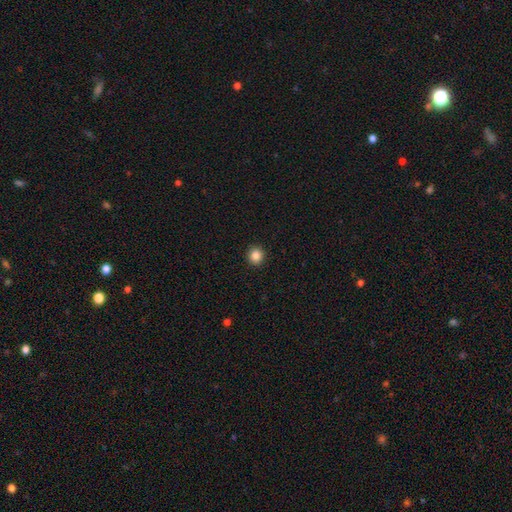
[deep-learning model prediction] Overall: smooth (85%). How rounded: round (92%). Merging: none (93%).